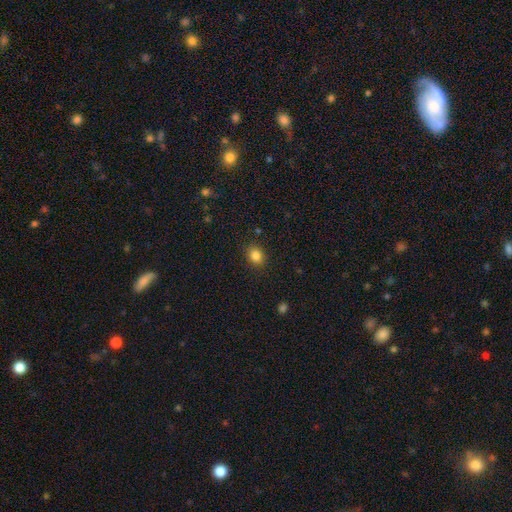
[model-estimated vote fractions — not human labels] Smooth or featured: smooth — 85% (star or artifact — 11%)
How rounded: round — 51% (in between — 48%)
Merging: none — 87% (minor disturbance — 9%)